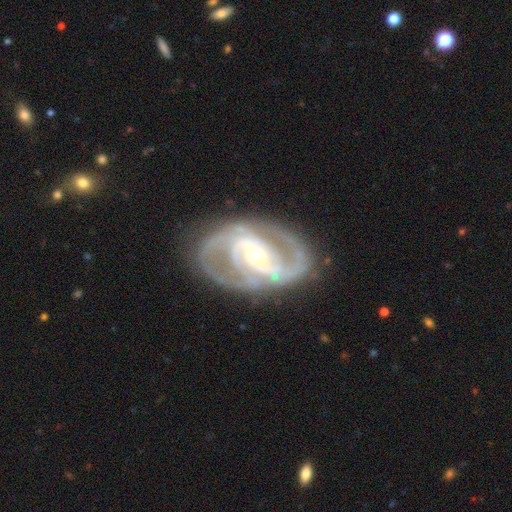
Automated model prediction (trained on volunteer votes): Smooth or featured? Predicted: featured or disk (p=0.90). Edge-on disk? Predicted: no (p=0.96). Bar? Predicted: weak (p=0.39). Spiral arms? Predicted: yes (p=0.95). Spiral winding? Predicted: medium (p=0.45, tied with tight). Spiral arm count? Predicted: 2 (p=0.70). Bulge size? Predicted: moderate (p=0.49). Merging? Predicted: none (p=0.77).